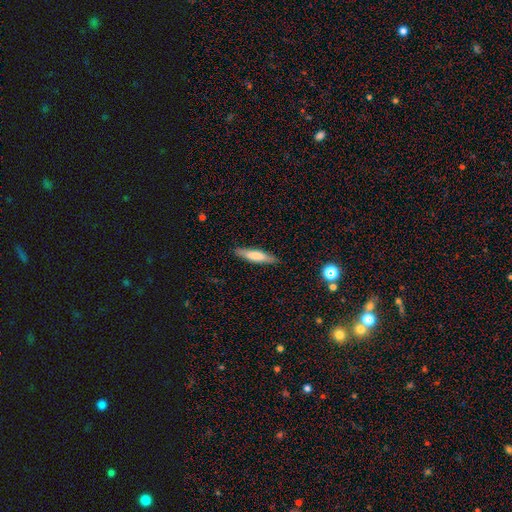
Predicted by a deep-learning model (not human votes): Smooth or featured? Predicted: smooth (p=0.70). How rounded? Predicted: cigar-shaped (p=0.82). Merging? Predicted: none (p=0.87).